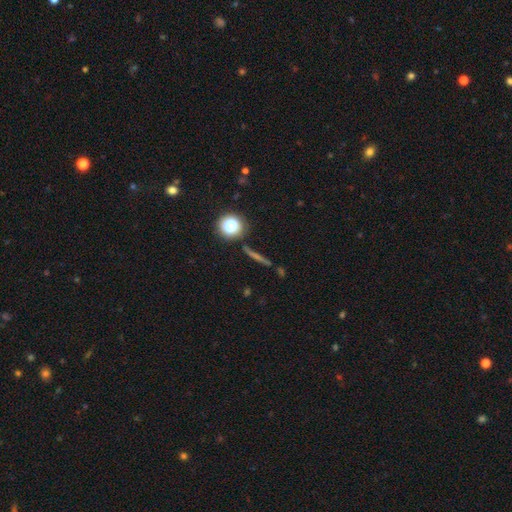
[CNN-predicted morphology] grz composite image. It shows a featured or disk galaxy (38%). Merging: none (87%).